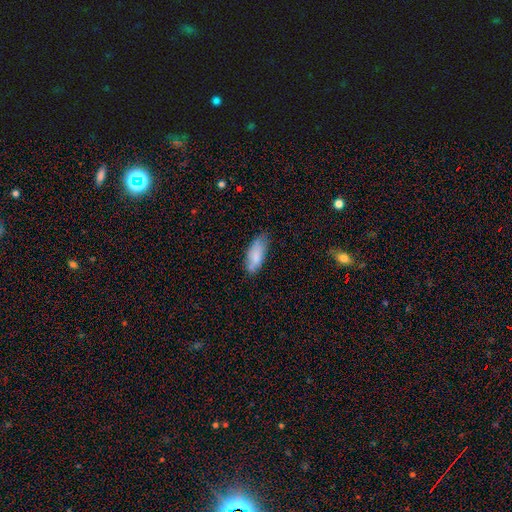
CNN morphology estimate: Overall: smooth (80%). How rounded: in between (76%). Merging: none (62%; minor disturbance 30%).